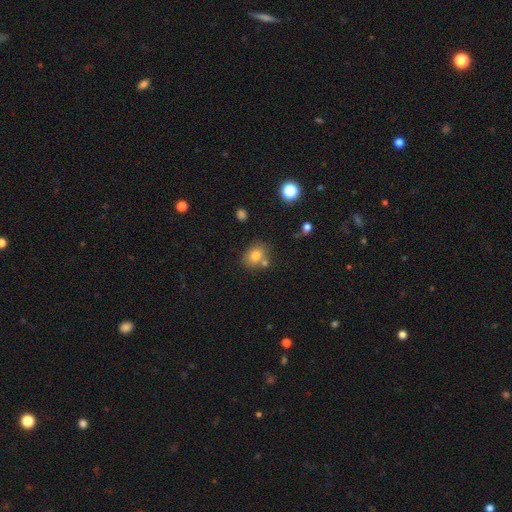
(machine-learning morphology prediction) Smooth or featured: smooth — 77% (star or artifact — 12%)
How rounded: round — 56% (in between — 43%)
Merging: none — 65% (merger — 18%)